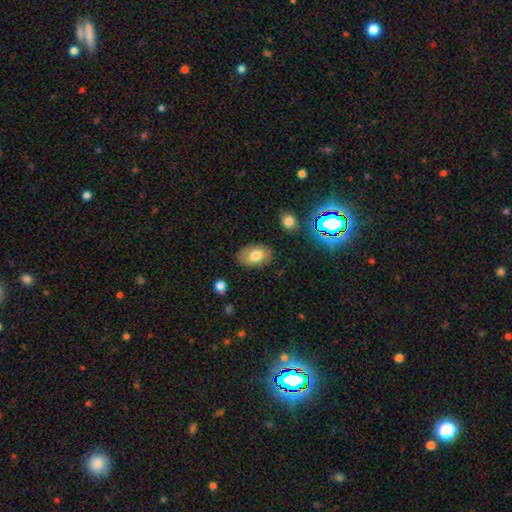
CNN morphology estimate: smooth-or-featured: smooth: 75% | featured or disk: 15% | star or artifact: 10%
  how-rounded: in between: 87% | round: 12% | cigar-shaped: 1%
  merging: none: 84% | minor disturbance: 11% | major disturbance: 3% | merger: 2%